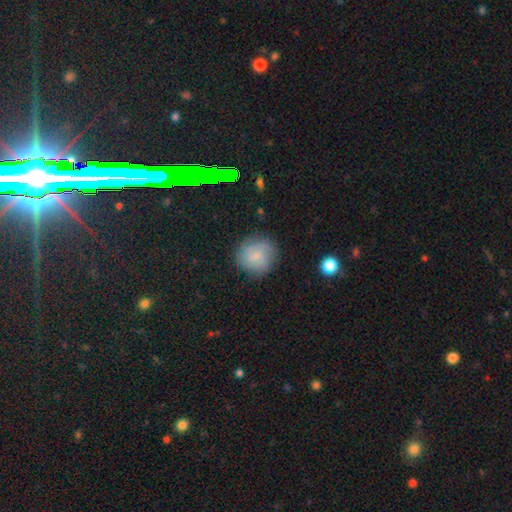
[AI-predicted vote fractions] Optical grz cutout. It shows a smooth galaxy with no disk features (56%) that is round (87%). Merging: none (79%).